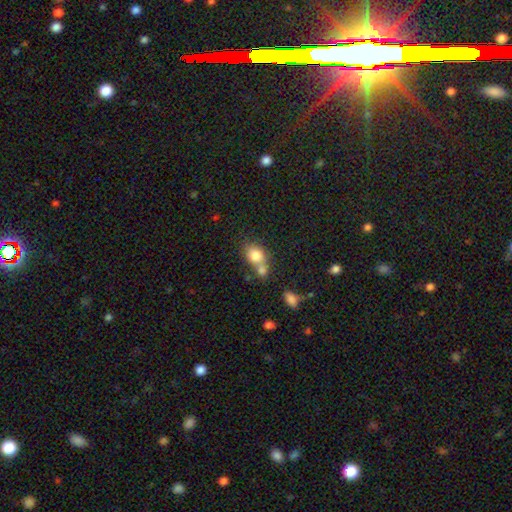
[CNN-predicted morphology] Smooth or featured? smooth (79%)
How rounded? in between (55%)
Merging? merger (50%)